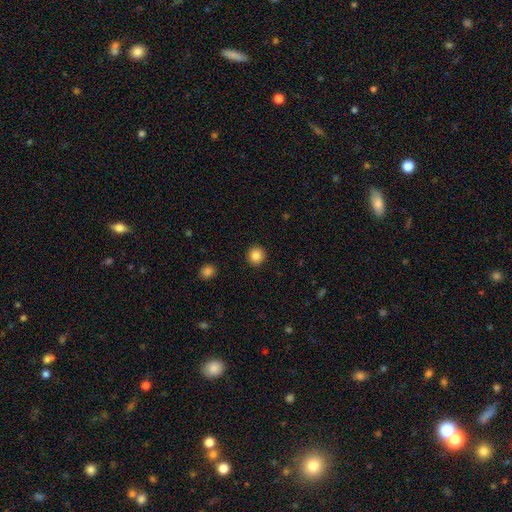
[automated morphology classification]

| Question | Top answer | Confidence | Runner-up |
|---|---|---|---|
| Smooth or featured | smooth | 85% | star or artifact (10%) |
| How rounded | round | 94% | in between (5%) |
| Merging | none | 93% | minor disturbance (5%) |